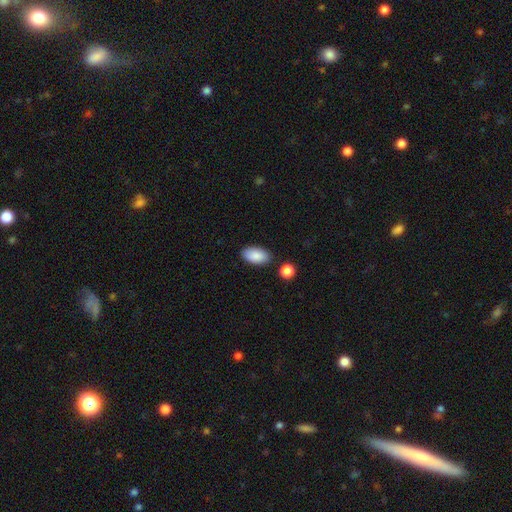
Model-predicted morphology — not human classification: A smooth galaxy with no disk features (89%) that is in between round and cigar-shaped (95%).

Vote fractions:
- Smooth or featured? smooth: 89% / star or artifact: 6% / featured or disk: 5%
- How rounded? in between: 95% / round: 3% / cigar-shaped: 2%
- Merging? none: 84% / minor disturbance: 10% / merger: 4% / major disturbance: 2%